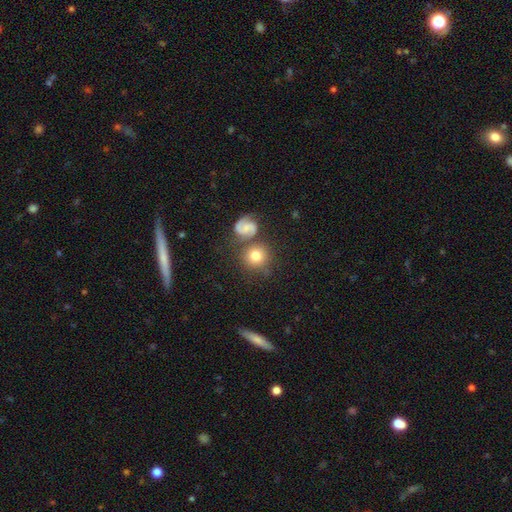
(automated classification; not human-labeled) A smooth galaxy with no disk features (70%) that is round (91%).

Vote fractions:
- Smooth or featured? smooth: 70% / featured or disk: 20% / star or artifact: 9%
- How rounded? round: 91% / in between: 8% / cigar-shaped: 1%
- Merging? none: 66% / merger: 19% / minor disturbance: 11% / major disturbance: 5%